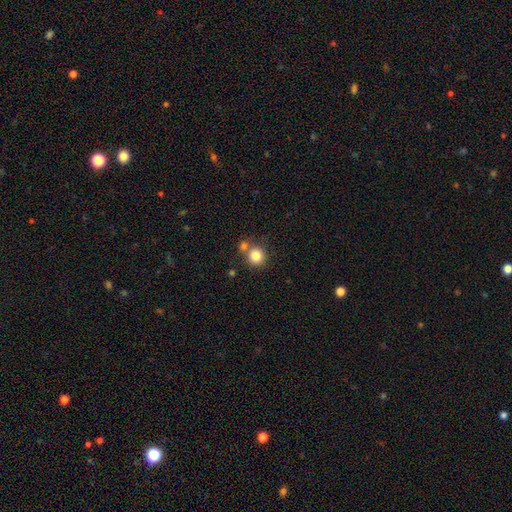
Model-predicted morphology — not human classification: type=smooth (83%); roundness=round (90%); merging=none (64%).